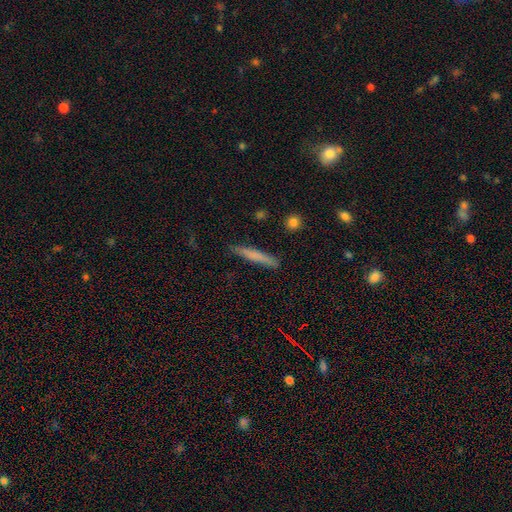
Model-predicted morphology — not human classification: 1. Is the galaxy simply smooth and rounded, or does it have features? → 69% smooth, 25% featured or disk, 7% star or artifact.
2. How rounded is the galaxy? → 95% cigar-shaped, 3% in between, 1% round.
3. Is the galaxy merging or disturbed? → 87% none, 10% minor disturbance, 2% major disturbance, 1% merger.